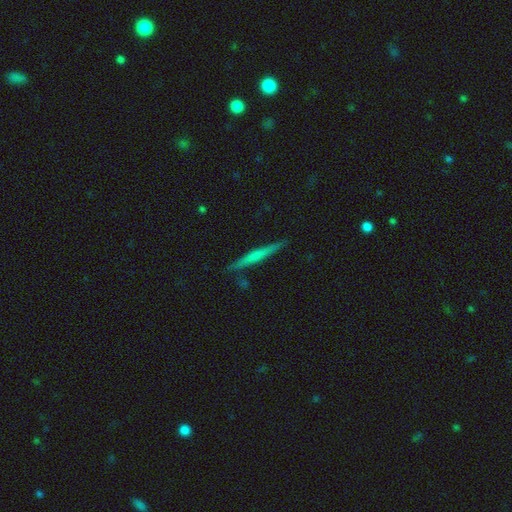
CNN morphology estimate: smooth_or_featured: featured or disk (p=0.48) [alt: smooth p=0.46]
merging: none (p=0.88) [alt: minor disturbance p=0.08]